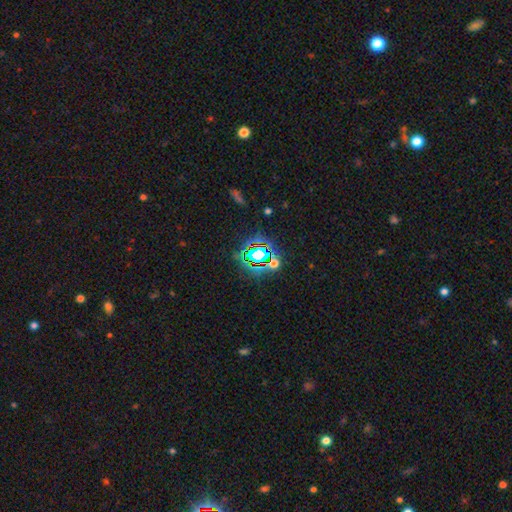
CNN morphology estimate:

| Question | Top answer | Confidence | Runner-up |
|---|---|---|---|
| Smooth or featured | star or artifact | 70% | smooth (19%) |